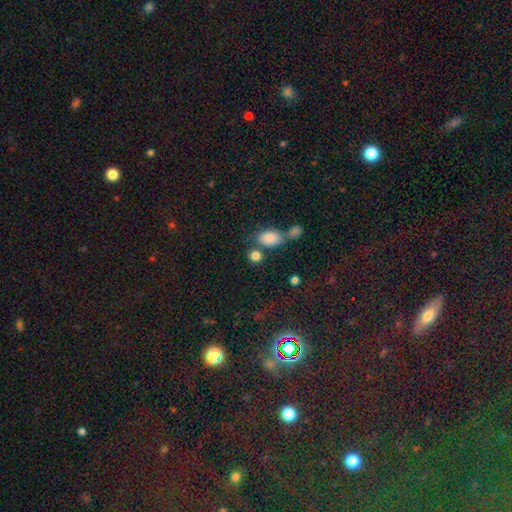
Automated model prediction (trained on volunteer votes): Smooth or featured?
  - smooth: 83% *
  - star or artifact: 10%
  - featured or disk: 6%
How rounded?
  - in between: 64% *
  - round: 34%
  - cigar-shaped: 2%
Merging?
  - none: 55% *
  - merger: 27%
  - minor disturbance: 13%
  - major disturbance: 5%